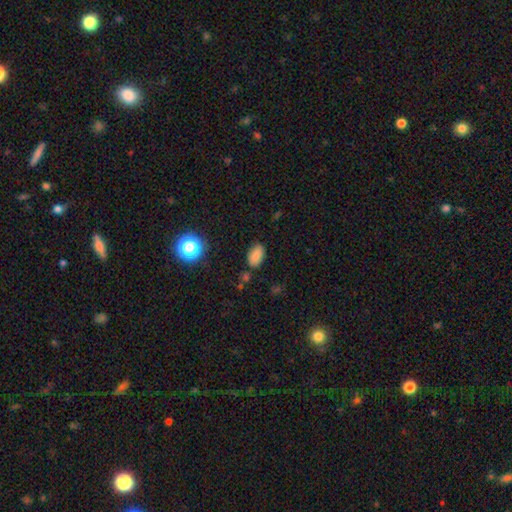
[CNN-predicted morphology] smooth_or_featured: smooth (p=0.82) [alt: star or artifact p=0.13]
how_rounded: in between (p=0.90) [alt: round p=0.08]
merging: none (p=0.79) [alt: minor disturbance p=0.14]